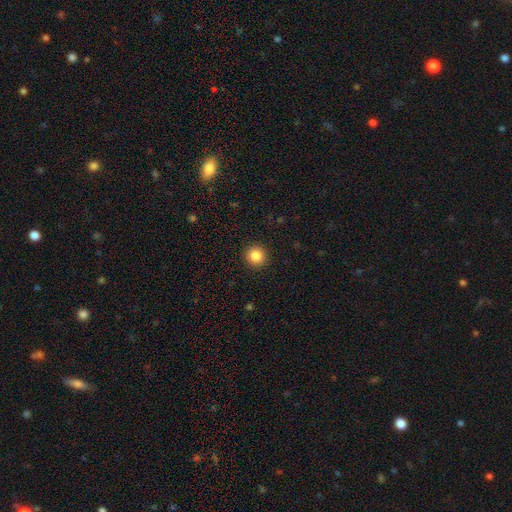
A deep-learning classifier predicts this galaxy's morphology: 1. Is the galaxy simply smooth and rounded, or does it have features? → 86% smooth, 10% star or artifact, 4% featured or disk.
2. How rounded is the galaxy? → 94% round, 5% in between, 1% cigar-shaped.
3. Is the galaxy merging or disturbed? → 92% none, 5% minor disturbance, 2% major disturbance, 1% merger.